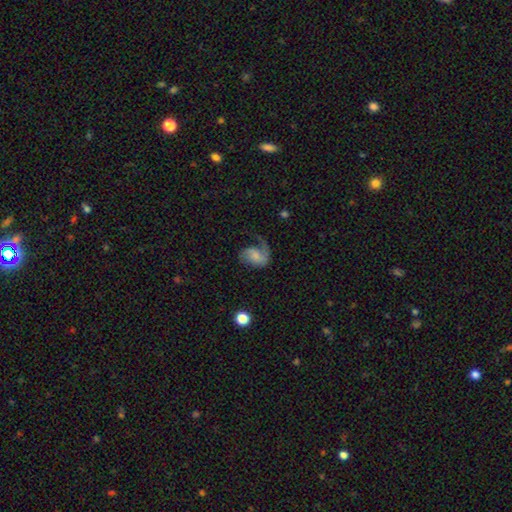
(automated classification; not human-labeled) The model was most divided on "merging": major disturbance: 39%, none: 37%, minor disturbance: 21%, merger: 3%. Remaining: edge-on disk — no (97%); spiral arms — yes (90%); spiral arm count — 1 (62%); smooth or featured — featured or disk (62%); bar — no (57%); spiral winding — loose (49%); bulge size — small (36%).